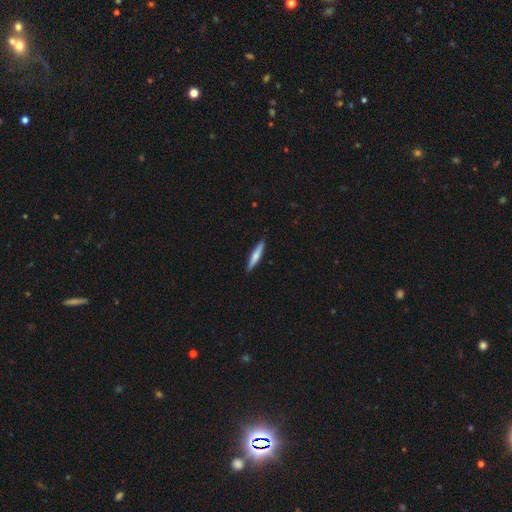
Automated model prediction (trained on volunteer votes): Q: Smooth or featured?
A: smooth (62%); runner-up: featured or disk (33%)
Q: How rounded?
A: cigar-shaped (91%); runner-up: in between (8%)
Q: Merging?
A: none (90%); runner-up: minor disturbance (7%)